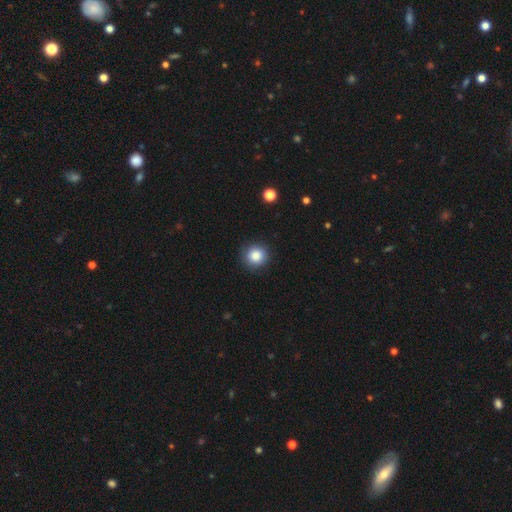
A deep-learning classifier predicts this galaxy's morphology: smooth 86%, star or artifact 10%, featured or disk 5%. Down the decision tree: how rounded — round (92%); merging — none (89%).